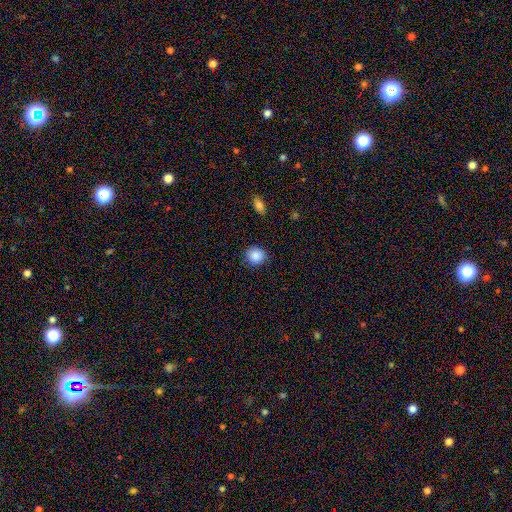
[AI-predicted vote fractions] Morphology: type=smooth (88%); roundness=round (84%); merging=none (84%).